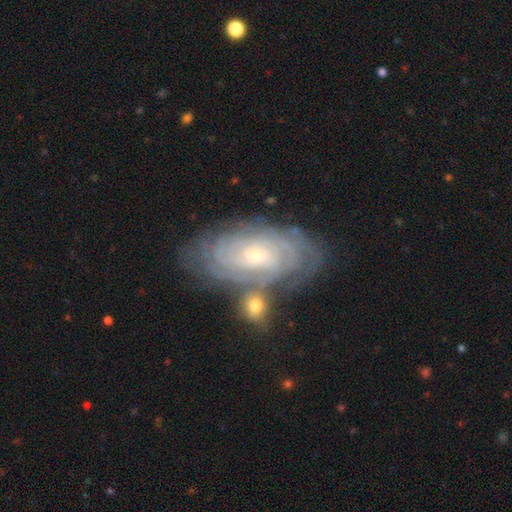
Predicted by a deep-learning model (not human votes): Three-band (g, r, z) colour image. It shows a featured or disk galaxy (84%) with no bar (68%), tight (81%) spiral arms (96%) and a small central bulge (52%). Merging: none (63%).